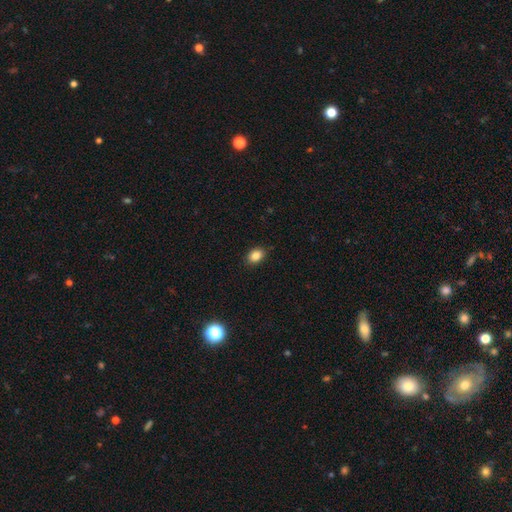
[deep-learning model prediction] This appears to be a smooth galaxy with no disk features (85%) that is in between round and cigar-shaped (65%). Merging: none (87%).